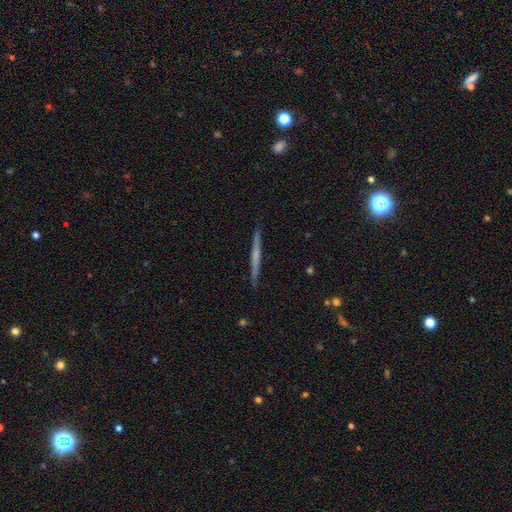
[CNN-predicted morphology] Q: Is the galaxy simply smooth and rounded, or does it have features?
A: featured or disk — 56%.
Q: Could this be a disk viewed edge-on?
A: yes — 98%.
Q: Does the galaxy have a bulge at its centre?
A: none — 74%.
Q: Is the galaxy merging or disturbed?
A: none — 90%.